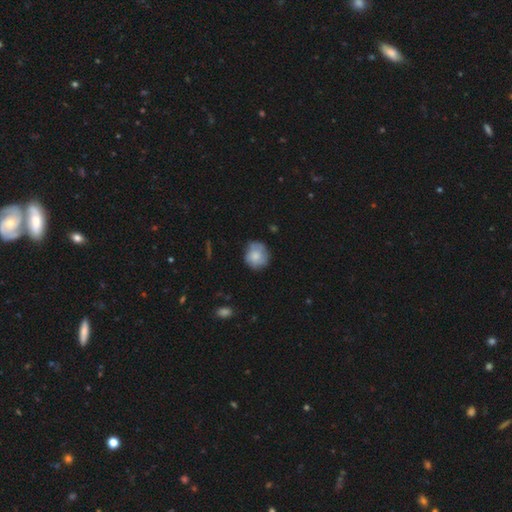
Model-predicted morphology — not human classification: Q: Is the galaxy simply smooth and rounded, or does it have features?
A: smooth — 76%.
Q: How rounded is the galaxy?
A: round — 82%.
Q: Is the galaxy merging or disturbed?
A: none — 68%.